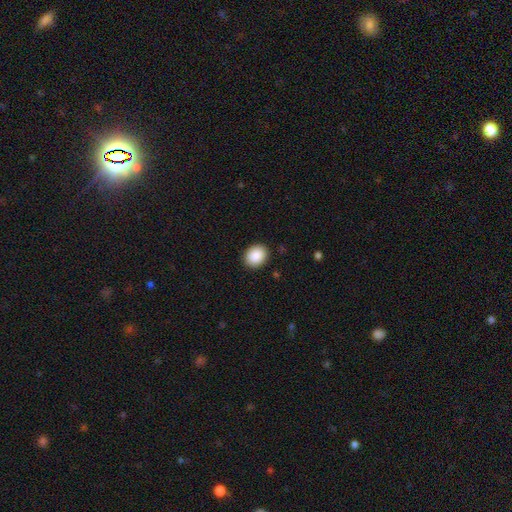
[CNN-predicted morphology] smooth-or-featured: smooth: 89% | star or artifact: 7% | featured or disk: 3%
  how-rounded: in between: 50% | round: 49% | cigar-shaped: 1%
  merging: none: 90% | minor disturbance: 7% | major disturbance: 2% | merger: 1%